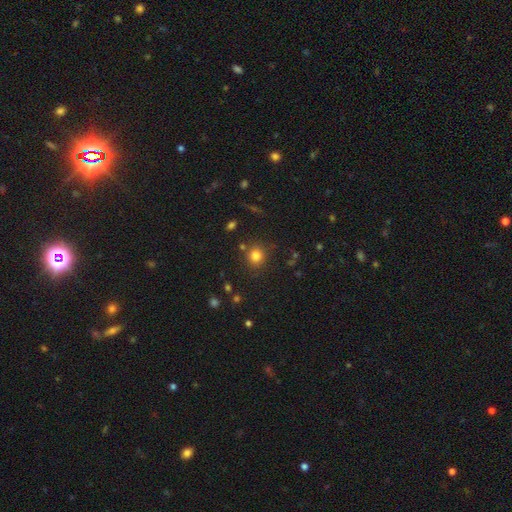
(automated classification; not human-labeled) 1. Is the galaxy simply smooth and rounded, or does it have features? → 80% smooth, 14% star or artifact, 6% featured or disk.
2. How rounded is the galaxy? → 85% round, 14% in between, 1% cigar-shaped.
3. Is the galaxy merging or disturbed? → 82% none, 10% minor disturbance, 5% merger, 4% major disturbance.